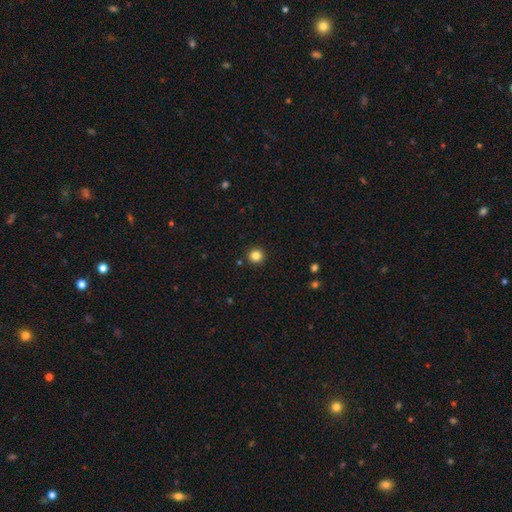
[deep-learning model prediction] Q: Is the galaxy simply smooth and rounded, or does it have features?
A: smooth — 84%.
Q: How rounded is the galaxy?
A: round — 95%.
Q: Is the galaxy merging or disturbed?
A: none — 93%.